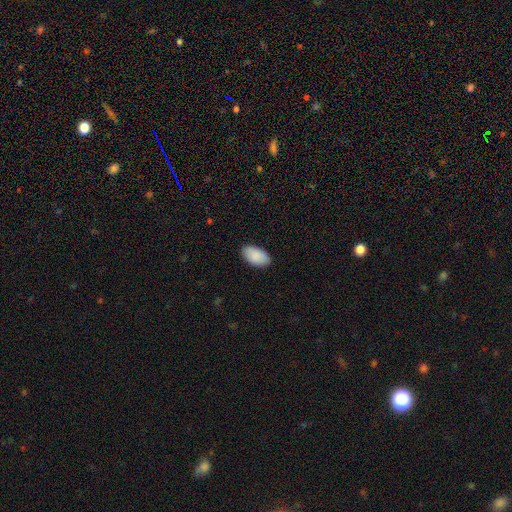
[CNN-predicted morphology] Smooth or featured? Predicted: smooth (p=0.90). How rounded? Predicted: in between (p=0.96). Merging? Predicted: none (p=0.88).